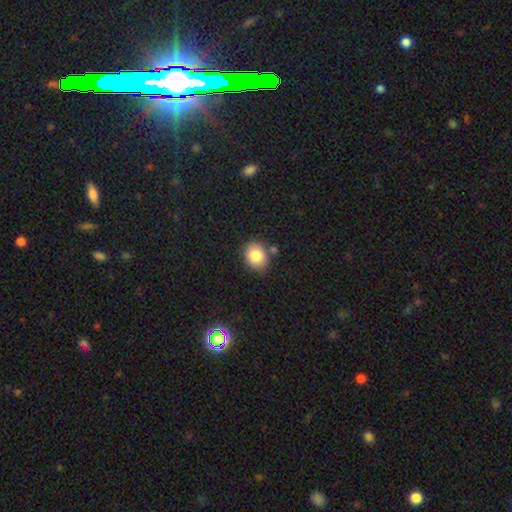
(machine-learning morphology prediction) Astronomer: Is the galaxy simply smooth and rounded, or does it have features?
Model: smooth — 83%.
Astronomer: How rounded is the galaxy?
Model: round — 54% (runner-up: in between, 45%).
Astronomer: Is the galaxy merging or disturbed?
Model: none — 76%.